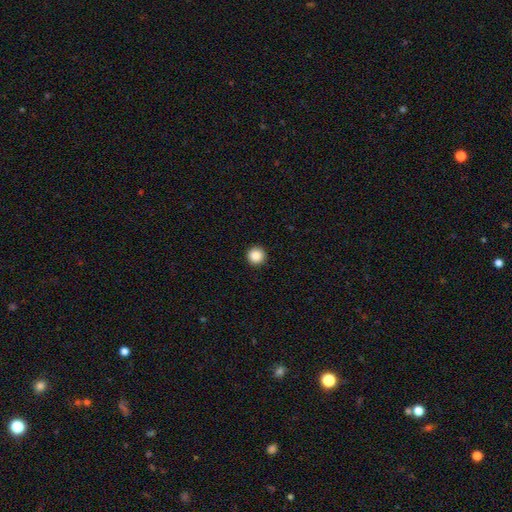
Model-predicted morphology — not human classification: Smooth or featured: smooth — 88% (star or artifact — 9%)
How rounded: round — 96% (in between — 3%)
Merging: none — 93% (minor disturbance — 4%)